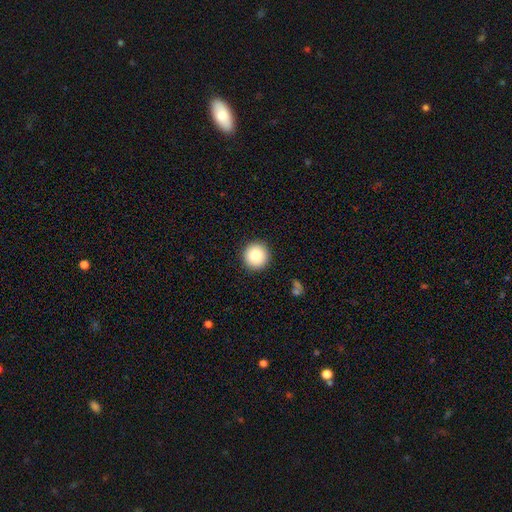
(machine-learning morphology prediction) type=smooth (81%); roundness=round (95%); merging=none (92%).